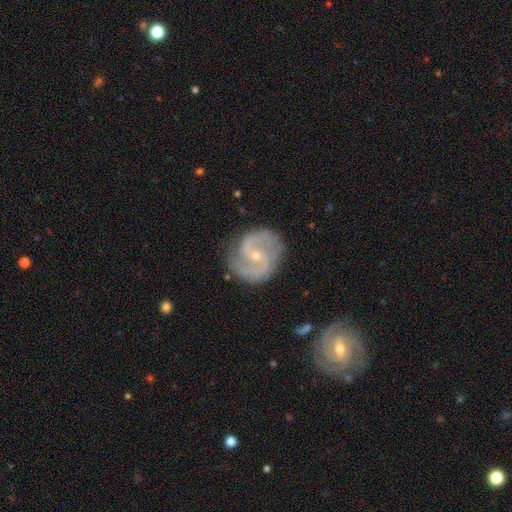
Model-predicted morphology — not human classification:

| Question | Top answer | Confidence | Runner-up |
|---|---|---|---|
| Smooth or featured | featured or disk | 88% | smooth (7%) |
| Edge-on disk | no | 98% | yes (2%) |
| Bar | no | 46% | weak (40%) |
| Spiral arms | yes | 97% | no (3%) |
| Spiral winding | medium | 55% | tight (28%) |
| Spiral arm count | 2 | 87% | 3 (4%) |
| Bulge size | small | 69% | moderate (28%) |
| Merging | none | 80% | minor disturbance (14%) |